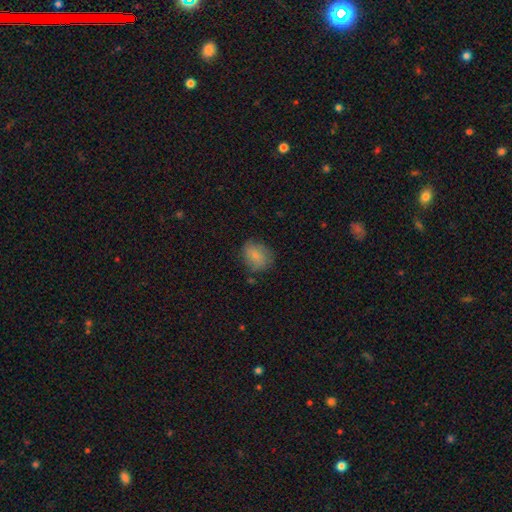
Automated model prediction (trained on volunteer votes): Smooth or featured? smooth (79%)
How rounded? round (51%)
Merging? none (68%)